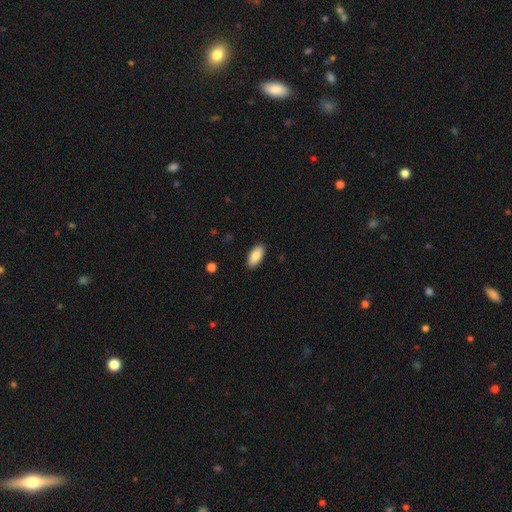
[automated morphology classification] The model was most divided on "smooth or featured": smooth: 88%, star or artifact: 6%, featured or disk: 6%. More confident: how rounded — in between (92%); merging — none (90%).